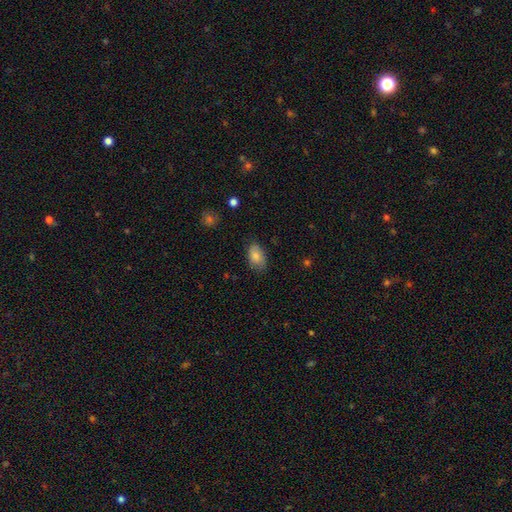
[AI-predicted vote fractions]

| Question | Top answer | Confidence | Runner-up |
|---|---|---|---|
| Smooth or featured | smooth | 83% | featured or disk (10%) |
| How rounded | in between | 91% | round (7%) |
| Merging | none | 76% | minor disturbance (19%) |